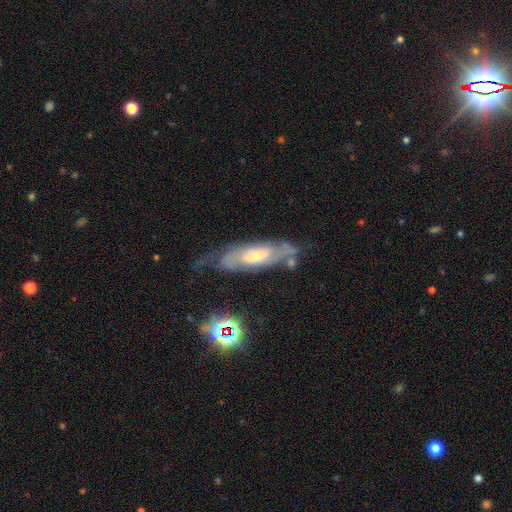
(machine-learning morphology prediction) The model was most divided on "bulge size": small: 52%, moderate: 40%, large: 4%, none: 3%, dominant: 1%. More confident: spiral arms — yes (85%); edge-on disk — no (78%); smooth or featured — featured or disk (73%); bar — no (54%); merging — none (53%).